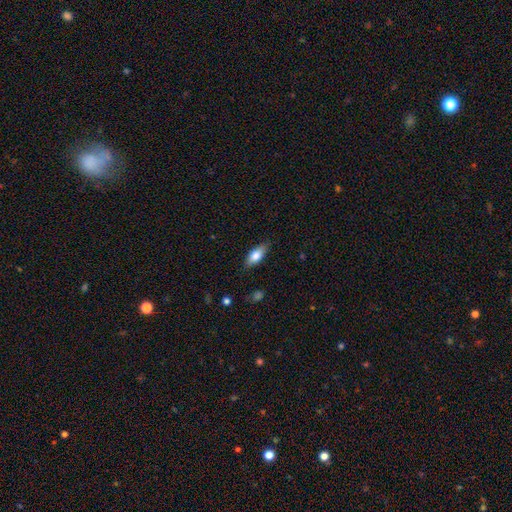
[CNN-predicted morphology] type=smooth (75%); roundness=in between (78%); merging=none (83%).